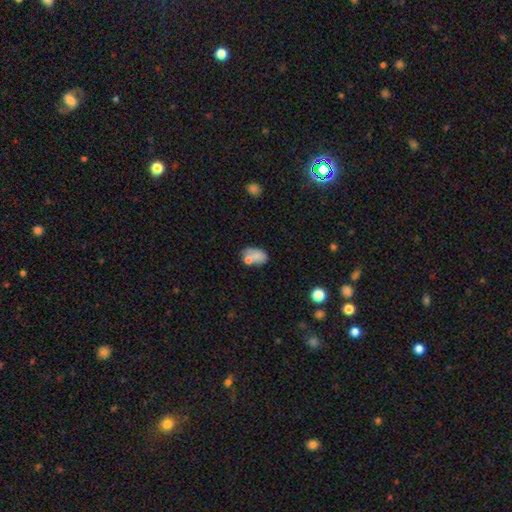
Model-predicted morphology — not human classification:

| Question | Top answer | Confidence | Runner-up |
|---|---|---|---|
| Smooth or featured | smooth | 70% | featured or disk (20%) |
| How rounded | in between | 86% | round (12%) |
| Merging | none | 42% | merger (29%) |